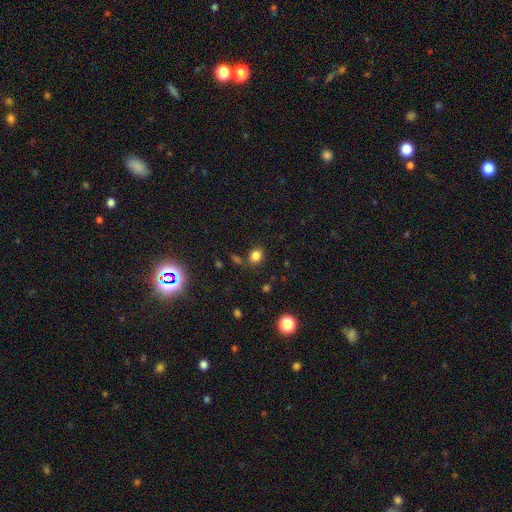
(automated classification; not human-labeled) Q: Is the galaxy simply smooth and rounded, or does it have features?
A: smooth — 82%.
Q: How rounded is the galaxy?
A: round — 58%.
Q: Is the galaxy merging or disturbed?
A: none — 78%.